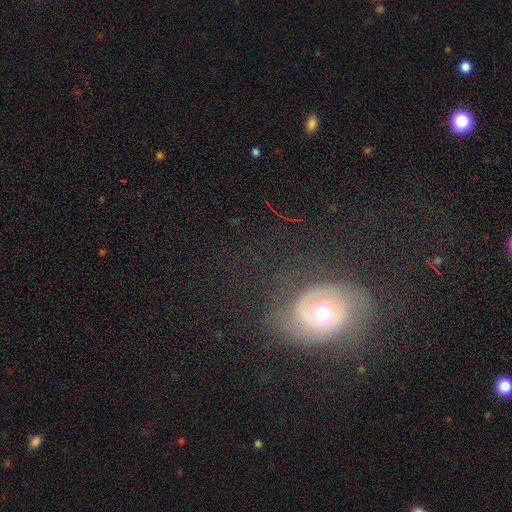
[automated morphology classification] Q: Smooth or featured?
A: featured or disk (64%); runner-up: smooth (23%)
Q: Edge-on disk?
A: no (95%); runner-up: yes (5%)
Q: Bar?
A: no (76%); runner-up: weak (17%)
Q: Spiral arms?
A: yes (69%); runner-up: no (31%)
Q: Bulge size?
A: moderate (61%); runner-up: small (29%)
Q: Merging?
A: none (69%); runner-up: major disturbance (15%)